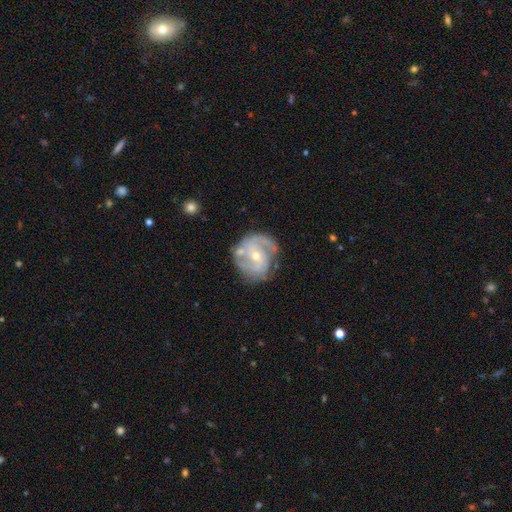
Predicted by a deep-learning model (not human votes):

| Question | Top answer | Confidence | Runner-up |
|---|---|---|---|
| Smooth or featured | featured or disk | 87% | smooth (8%) |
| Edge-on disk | no | 98% | yes (2%) |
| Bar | no | 55% | weak (34%) |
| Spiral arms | yes | 95% | no (5%) |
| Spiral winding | medium | 44% | tied: tight (44%) |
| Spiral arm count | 2 | 52% | 3 (22%) |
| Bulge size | small | 57% | moderate (40%) |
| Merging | none | 68% | minor disturbance (19%) |